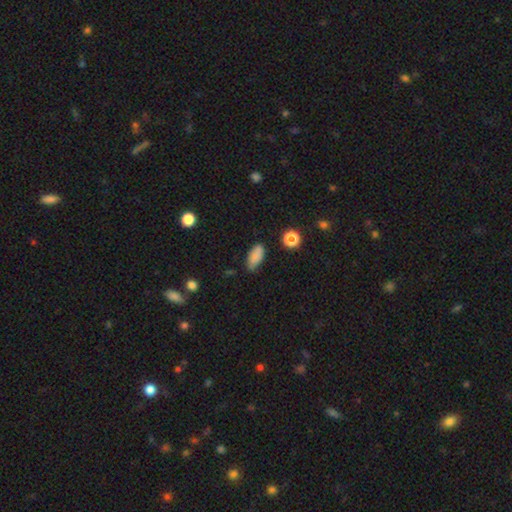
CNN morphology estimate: Smooth or featured? smooth (83%)
How rounded? in between (86%)
Merging? none (71%)